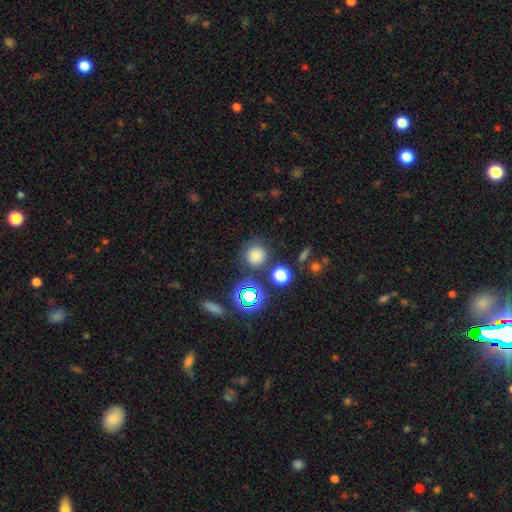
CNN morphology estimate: Overall: smooth (74%). How rounded: round (91%). Merging: none (75%).